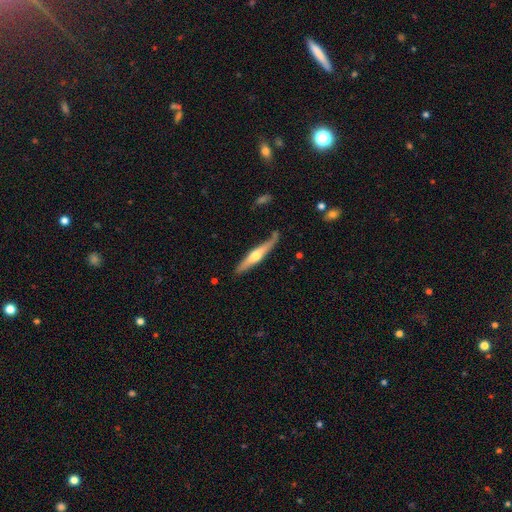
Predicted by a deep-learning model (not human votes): This is possibly a featured or disk galaxy (58%). It is clearly viewed edge-on (94%). Edge-on bulge: clearly rounded (88%). Merging: likely none (75%).